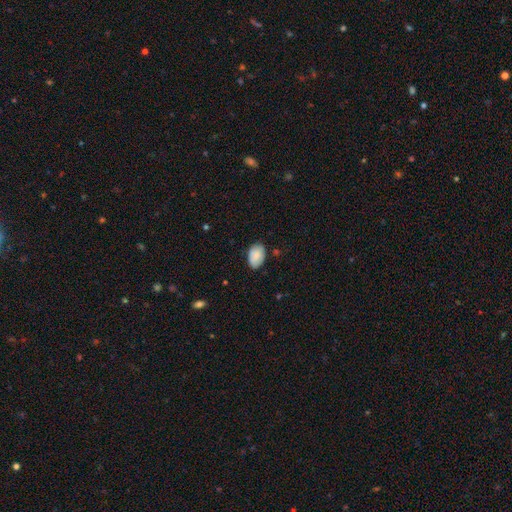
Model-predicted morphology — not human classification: Smooth or featured?
  - smooth: 84% *
  - featured or disk: 9%
  - star or artifact: 7%
How rounded?
  - in between: 89% *
  - round: 9%
  - cigar-shaped: 1%
Merging?
  - none: 78% *
  - minor disturbance: 18%
  - major disturbance: 3%
  - merger: 2%